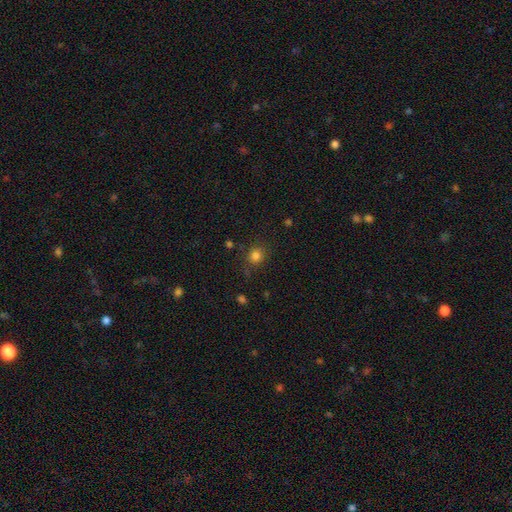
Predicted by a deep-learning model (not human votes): This is clearly a smooth galaxy (81%). How rounded: clearly round (85%). Merging: clearly none (81%).